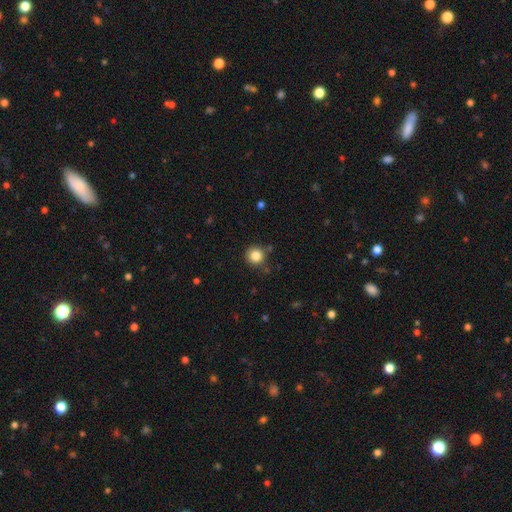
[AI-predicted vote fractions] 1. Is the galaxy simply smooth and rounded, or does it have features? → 84% smooth, 11% star or artifact, 5% featured or disk.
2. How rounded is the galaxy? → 94% round, 5% in between, 1% cigar-shaped.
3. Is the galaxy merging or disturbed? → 84% none, 10% minor disturbance, 4% merger, 3% major disturbance.